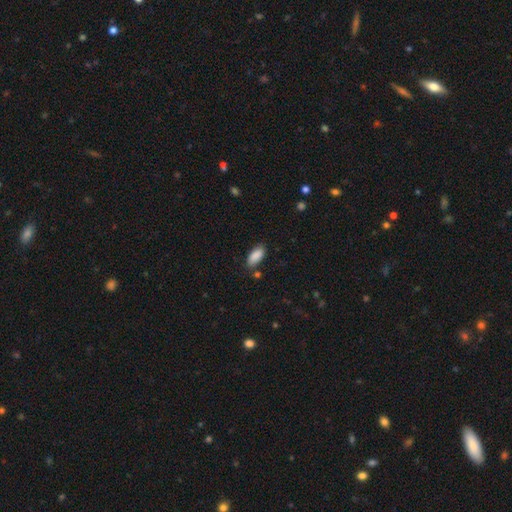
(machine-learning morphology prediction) Smooth or featured? smooth (89%)
How rounded? in between (87%)
Merging? none (79%)